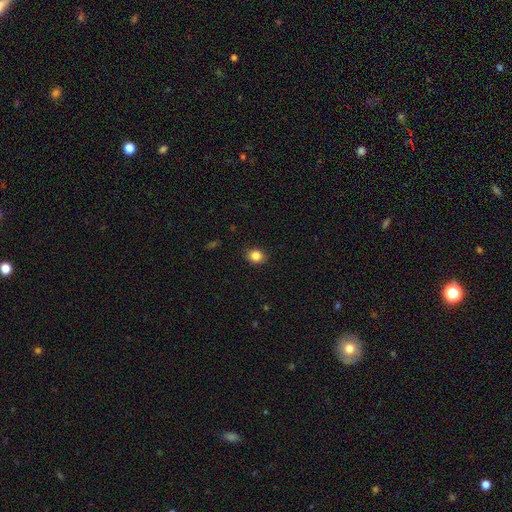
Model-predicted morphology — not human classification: Smooth or featured? smooth (84%)
How rounded? round (66%)
Merging? none (87%)